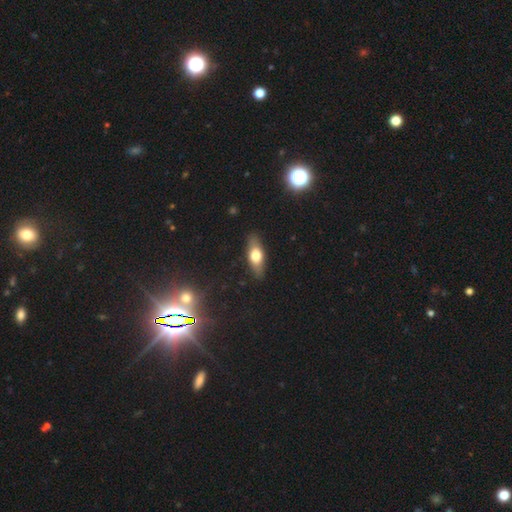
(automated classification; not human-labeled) Morphology: type=smooth (62%); roundness=in between (70%); merging=none (86%).